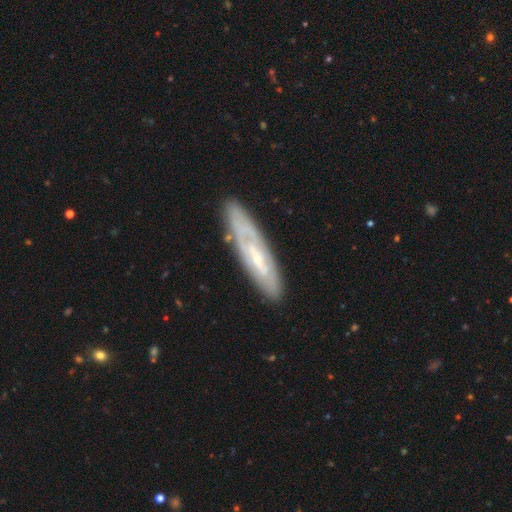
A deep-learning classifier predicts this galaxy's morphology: The model was most divided on "edge-on disk": no: 55%, yes: 45%. More confident: merging — none (79%); smooth or featured — featured or disk (62%).